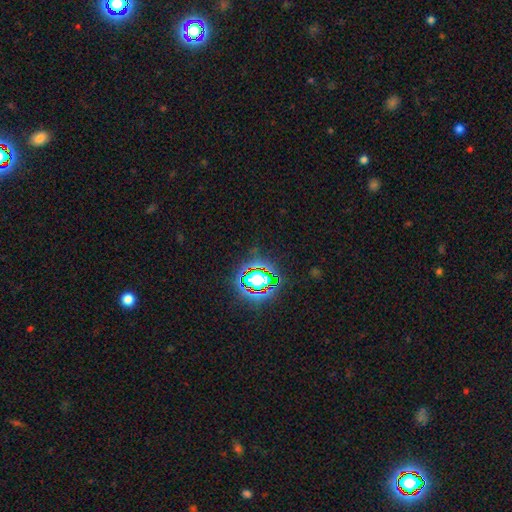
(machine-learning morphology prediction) Smooth or featured? Predicted: star or artifact (p=0.80).